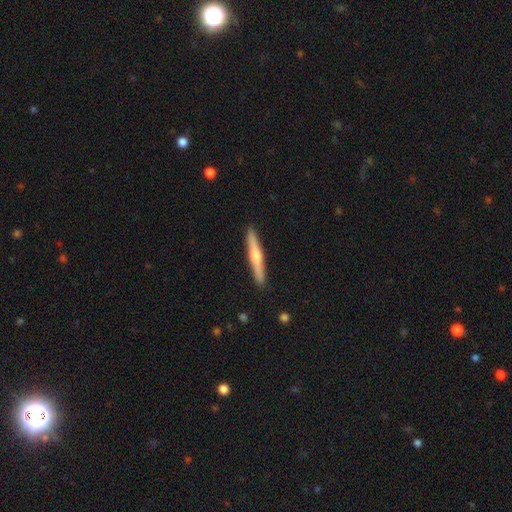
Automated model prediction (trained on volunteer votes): Smooth or featured?
  - featured or disk: 57% *
  - smooth: 37%
  - star or artifact: 5%
Edge-on disk?
  - yes: 96% *
  - no: 4%
Edge-on bulge?
  - rounded: 84% *
  - none: 11%
  - boxy: 5%
Merging?
  - none: 92% *
  - minor disturbance: 6%
  - major disturbance: 1%
  - merger: 1%